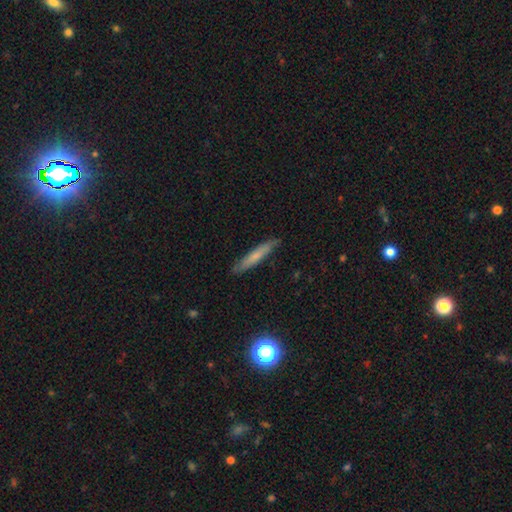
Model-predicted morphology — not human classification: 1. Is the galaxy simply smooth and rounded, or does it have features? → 64% smooth, 29% featured or disk, 7% star or artifact.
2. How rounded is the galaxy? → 93% cigar-shaped, 5% in between, 2% round.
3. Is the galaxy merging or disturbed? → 87% none, 10% minor disturbance, 2% major disturbance, 1% merger.